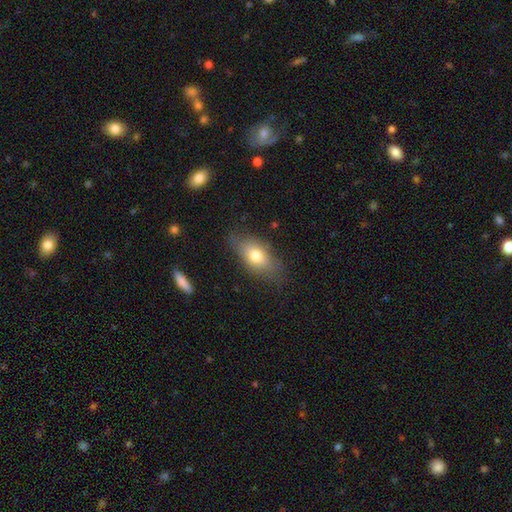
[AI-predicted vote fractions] A smooth galaxy with no disk features (73%) that is in between round and cigar-shaped (84%). Merging: none (73%).